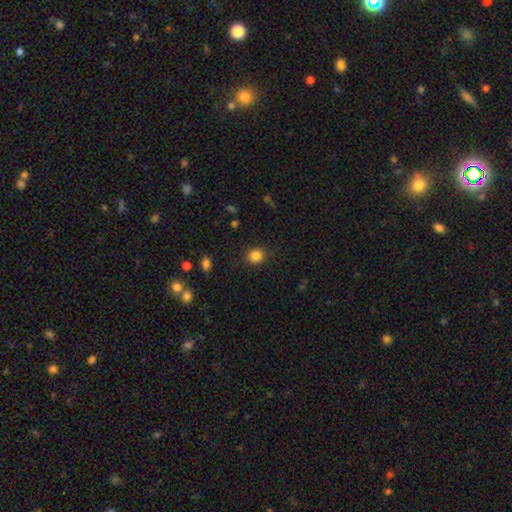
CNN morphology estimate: Smooth or featured?
  - smooth: 85% *
  - star or artifact: 11%
  - featured or disk: 4%
How rounded?
  - round: 85% *
  - in between: 14%
  - cigar-shaped: 1%
Merging?
  - none: 87% *
  - minor disturbance: 9%
  - major disturbance: 3%
  - merger: 1%